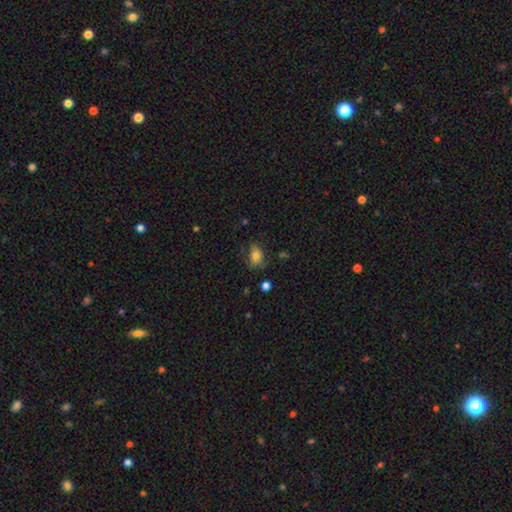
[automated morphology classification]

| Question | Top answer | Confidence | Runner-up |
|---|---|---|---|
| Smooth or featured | smooth | 74% | featured or disk (15%) |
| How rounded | in between | 80% | round (18%) |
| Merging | none | 62% | minor disturbance (24%) |